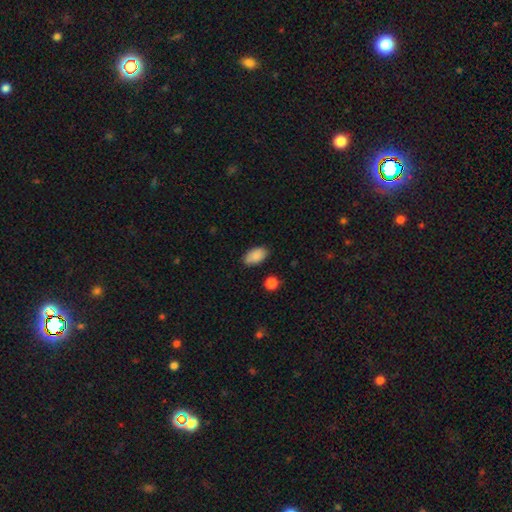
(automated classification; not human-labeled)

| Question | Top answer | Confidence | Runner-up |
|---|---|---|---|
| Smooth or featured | smooth | 88% | star or artifact (7%) |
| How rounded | in between | 93% | round (5%) |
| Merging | none | 81% | minor disturbance (14%) |